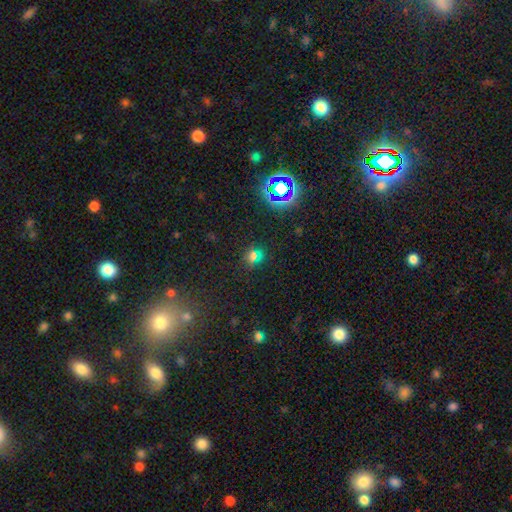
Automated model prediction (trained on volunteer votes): Q: Smooth or featured?
A: smooth (53%); runner-up: star or artifact (38%)
Q: How rounded?
A: round (73%); runner-up: in between (25%)
Q: Merging?
A: none (77%); runner-up: minor disturbance (12%)